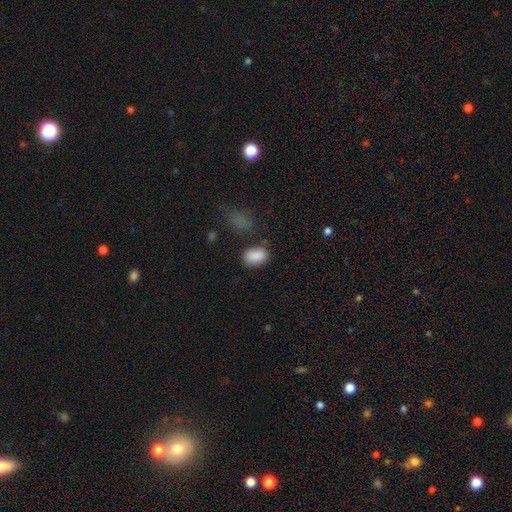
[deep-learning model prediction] This is clearly a smooth galaxy (88%). How rounded: clearly in between (85%). Merging: likely none (73%).